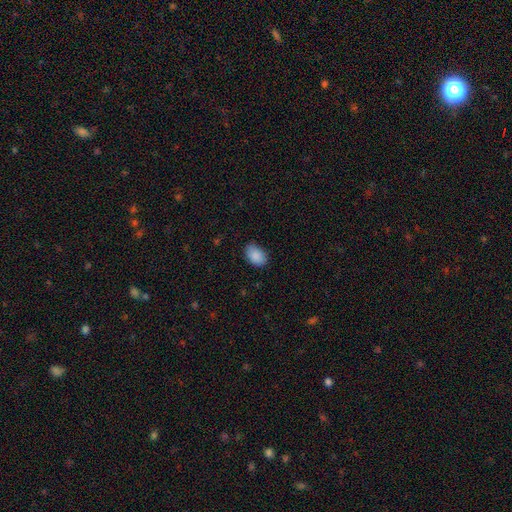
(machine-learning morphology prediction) This appears to be a smooth galaxy with no disk features (89%) that is in between round and cigar-shaped (86%). Merging: none (79%).